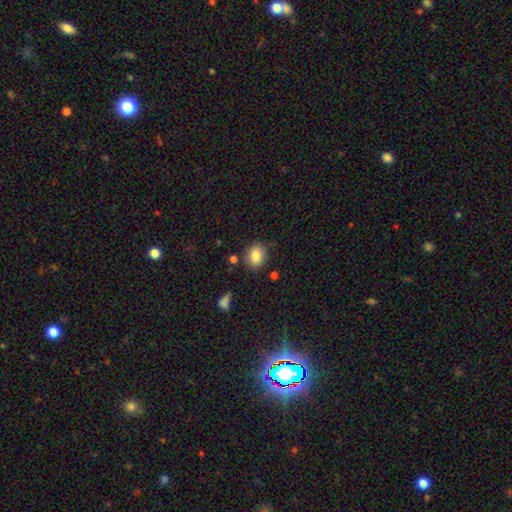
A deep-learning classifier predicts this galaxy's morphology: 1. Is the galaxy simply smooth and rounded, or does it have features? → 84% smooth, 9% star or artifact, 7% featured or disk.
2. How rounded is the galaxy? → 52% in between, 47% round, 1% cigar-shaped.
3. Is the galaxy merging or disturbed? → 81% none, 12% minor disturbance, 4% merger, 3% major disturbance.